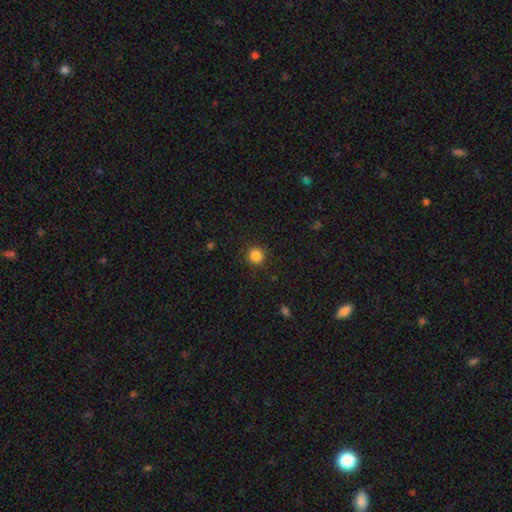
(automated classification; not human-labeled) smooth-or-featured: smooth: 85% | star or artifact: 11% | featured or disk: 3%
  how-rounded: round: 94% | in between: 5% | cigar-shaped: 1%
  merging: none: 91% | minor disturbance: 6% | major disturbance: 2% | merger: 1%